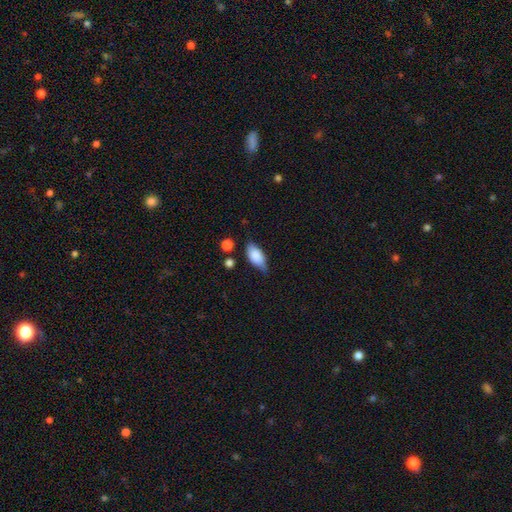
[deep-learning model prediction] smooth 83%, featured or disk 10%, star or artifact 7%. Down the decision tree: how rounded — in between (90%); merging — none (57%).